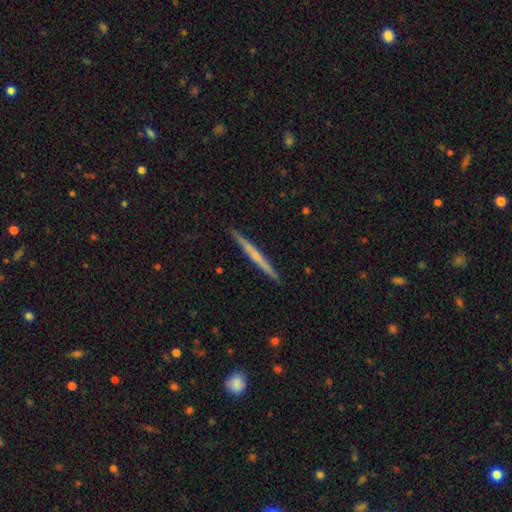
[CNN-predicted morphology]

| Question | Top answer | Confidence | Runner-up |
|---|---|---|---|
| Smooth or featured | featured or disk | 52% | smooth (43%) |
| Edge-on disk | yes | 98% | no (2%) |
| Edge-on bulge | none | 79% | rounded (15%) |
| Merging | none | 91% | minor disturbance (6%) |